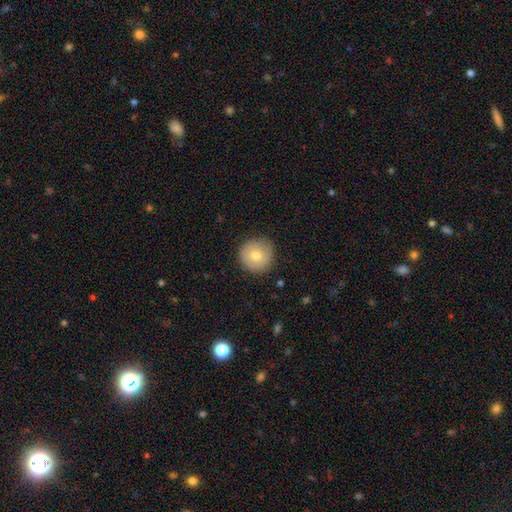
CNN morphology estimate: The model was most divided on "smooth or featured": smooth: 70%, featured or disk: 22%, star or artifact: 8%. More confident: how rounded — round (95%); merging — none (86%).